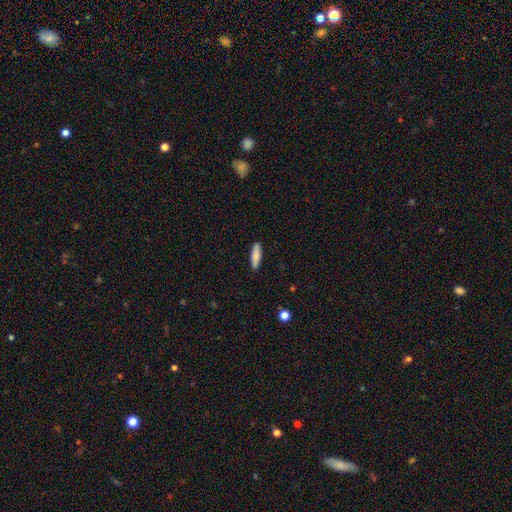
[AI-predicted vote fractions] Smooth or featured? smooth (83%)
How rounded? cigar-shaped (63%)
Merging? none (89%)